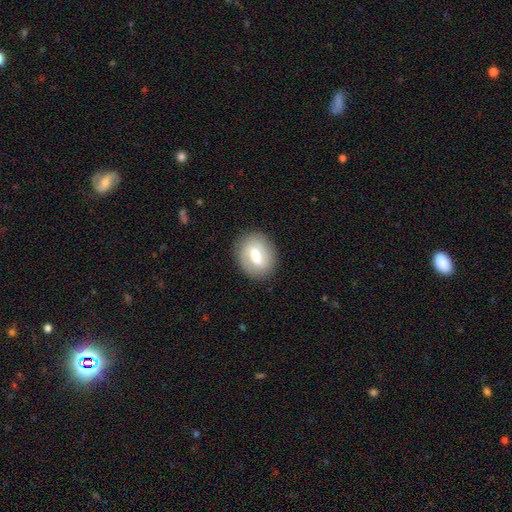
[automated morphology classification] Smooth or featured? smooth (53%)
How rounded? in between (58%)
Merging? none (84%)